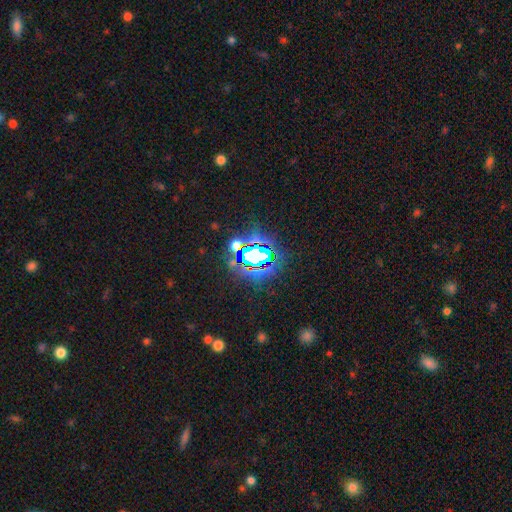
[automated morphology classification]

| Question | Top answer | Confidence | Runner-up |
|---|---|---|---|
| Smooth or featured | star or artifact | 73% | smooth (16%) |